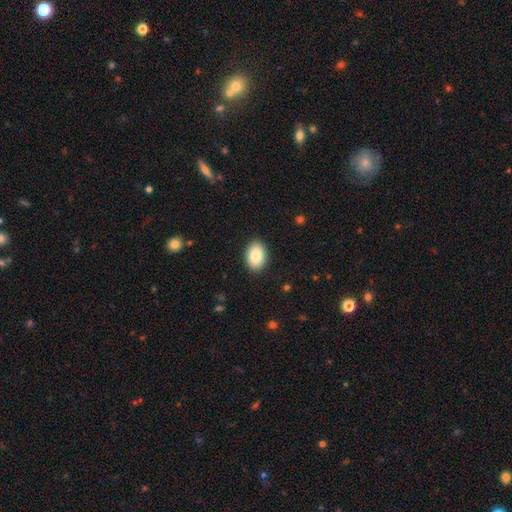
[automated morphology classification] smooth-or-featured: smooth: 86% | featured or disk: 7% | star or artifact: 7%
  how-rounded: in between: 86% | round: 13% | cigar-shaped: 1%
  merging: none: 90% | minor disturbance: 7% | major disturbance: 2% | merger: 1%